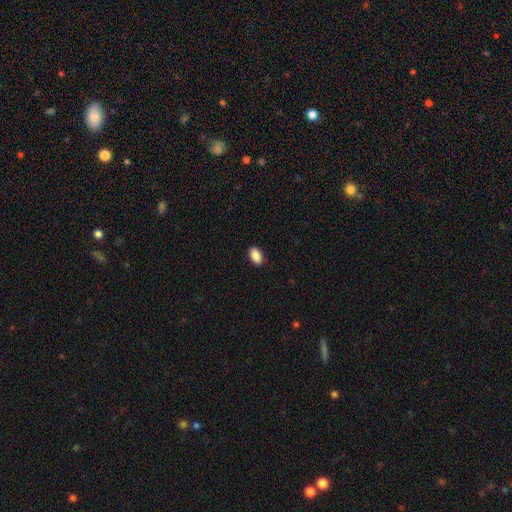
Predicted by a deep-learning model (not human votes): Smooth or featured? Predicted: smooth (p=0.90). How rounded? Predicted: in between (p=0.92). Merging? Predicted: none (p=0.89).